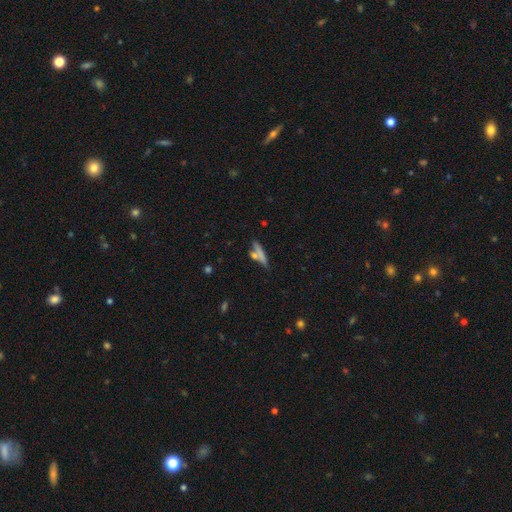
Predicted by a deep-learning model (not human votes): Smooth or featured: smooth — 59% (featured or disk — 29%)
How rounded: cigar-shaped — 76% (in between — 19%)
Merging: none — 59% (merger — 21%)